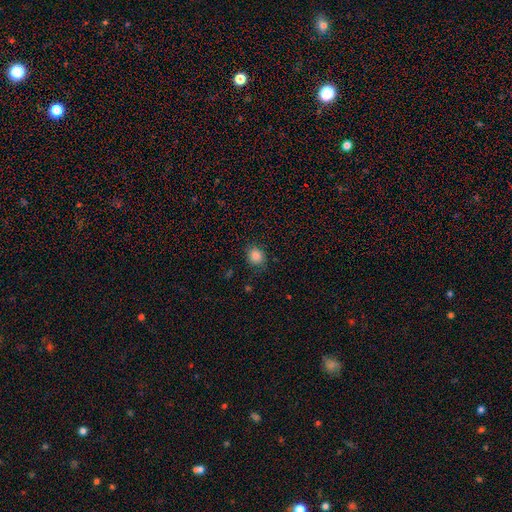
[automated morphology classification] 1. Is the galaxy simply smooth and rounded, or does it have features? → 85% smooth, 10% star or artifact, 5% featured or disk.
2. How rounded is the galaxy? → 68% round, 31% in between, 1% cigar-shaped.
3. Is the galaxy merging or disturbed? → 81% none, 14% minor disturbance, 4% major disturbance, 1% merger.